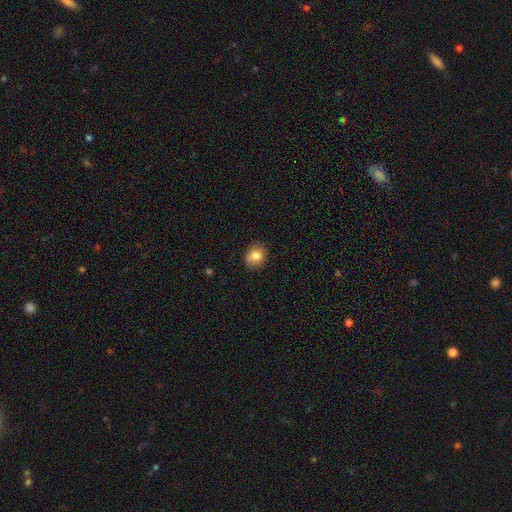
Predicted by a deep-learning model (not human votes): Smooth or featured: smooth — 80% (star or artifact — 10%)
How rounded: round — 73% (in between — 26%)
Merging: none — 81% (minor disturbance — 14%)